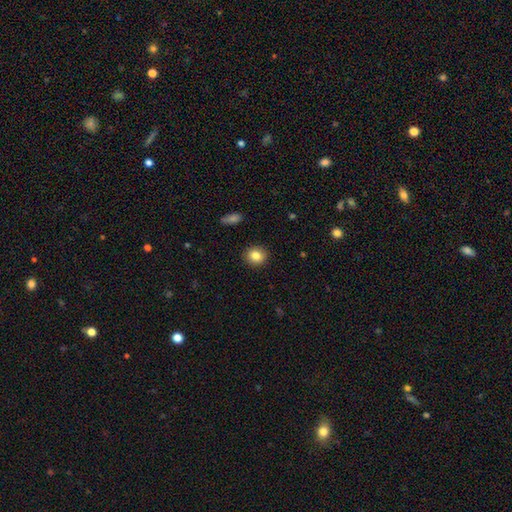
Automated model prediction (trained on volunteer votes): Smooth or featured?
  - smooth: 83% *
  - star or artifact: 9%
  - featured or disk: 7%
How rounded?
  - round: 81% *
  - in between: 18%
  - cigar-shaped: 1%
Merging?
  - none: 91% *
  - minor disturbance: 6%
  - major disturbance: 2%
  - merger: 1%